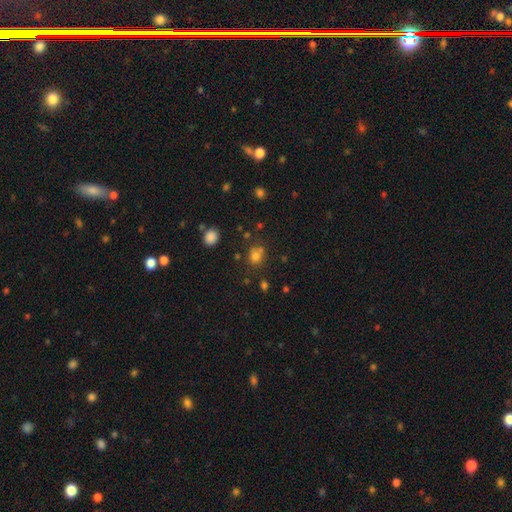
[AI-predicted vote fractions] Smooth or featured?
  - smooth: 73% *
  - star or artifact: 18%
  - featured or disk: 9%
How rounded?
  - round: 56% *
  - in between: 43%
  - cigar-shaped: 1%
Merging?
  - none: 57% *
  - merger: 18%
  - minor disturbance: 18%
  - major disturbance: 7%